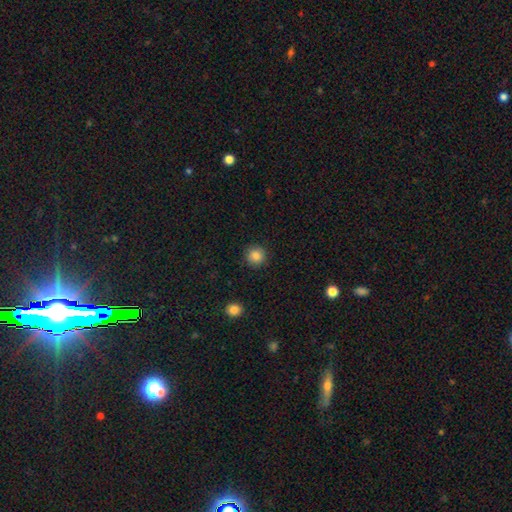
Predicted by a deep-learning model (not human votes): Q: Smooth or featured?
A: smooth (86%); runner-up: star or artifact (10%)
Q: How rounded?
A: round (94%); runner-up: in between (5%)
Q: Merging?
A: none (90%); runner-up: minor disturbance (6%)